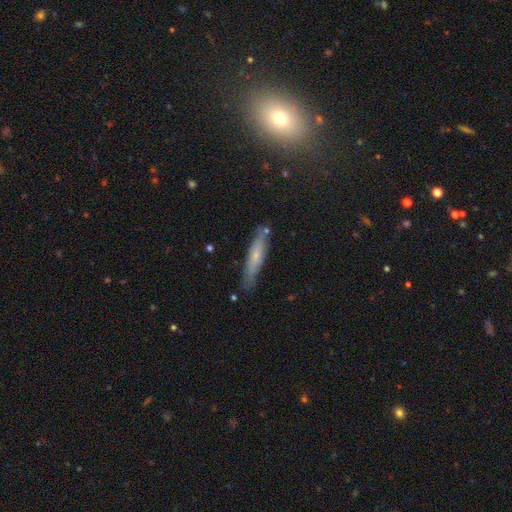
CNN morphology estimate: Smooth or featured? Predicted: smooth (p=0.52). How rounded? Predicted: cigar-shaped (p=0.86). Merging? Predicted: none (p=0.78).